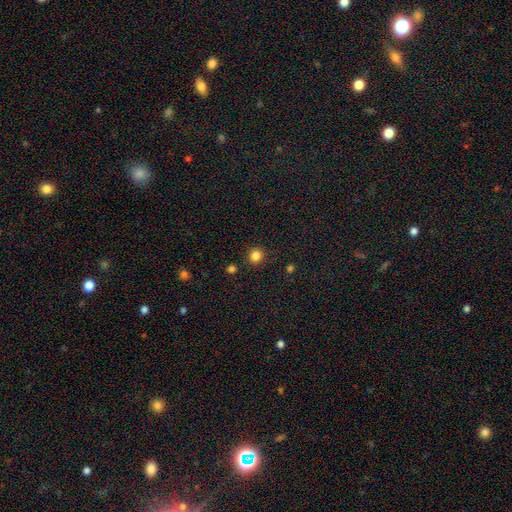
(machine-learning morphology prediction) A smooth galaxy with no disk features (83%) that is round (89%). Merging: none (90%).